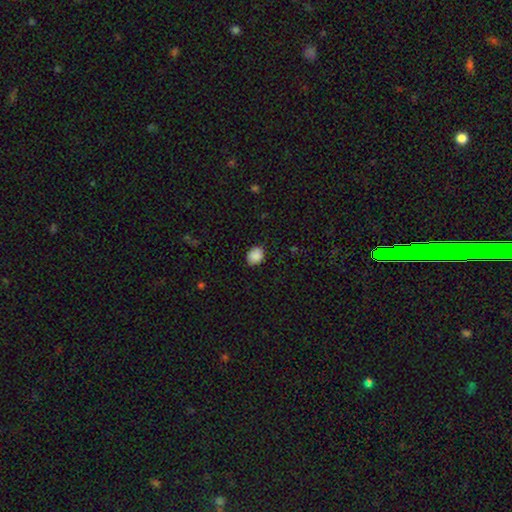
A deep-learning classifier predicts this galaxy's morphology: This appears to be a smooth galaxy with no disk features (88%) that is round (60%). Merging: none (83%).